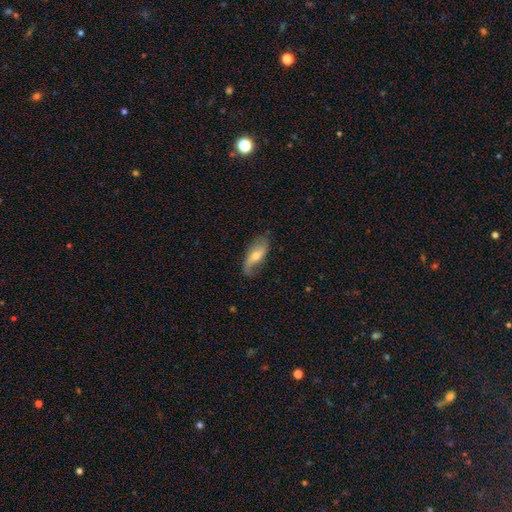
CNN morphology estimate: smooth-or-featured: featured or disk: 59% | smooth: 35% | star or artifact: 6%
  disk-edge-on: no: 86% | yes: 14%
    bar: no: 47% | weak: 37% | strong: 16%
    has-spiral-arms: yes: 86% | no: 14%
    bulge-size: moderate: 60% | small: 32% | large: 5% | none: 2% | dominant: 1%
  merging: none: 67% | minor disturbance: 23% | major disturbance: 8% | merger: 2%